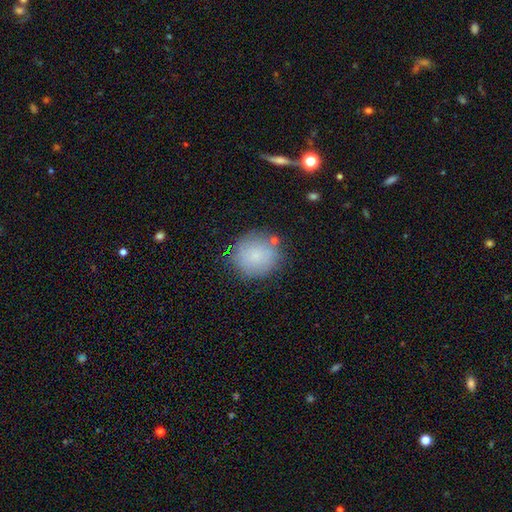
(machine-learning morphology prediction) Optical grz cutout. It shows a smooth galaxy with no disk features (81%) that is round (90%). Merging: none (79%).